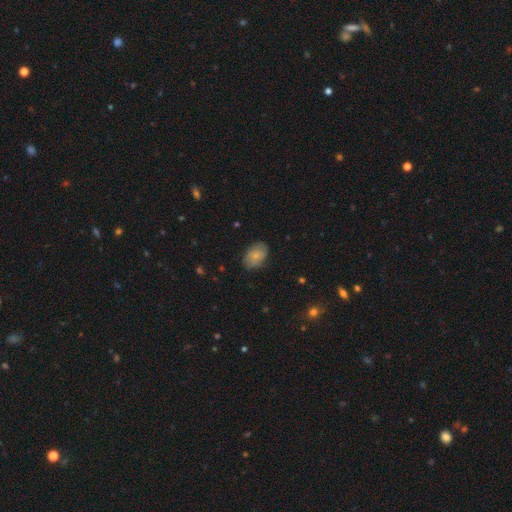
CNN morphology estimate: smooth 62%, featured or disk 31%, star or artifact 8%. Down the decision tree: how rounded — in between (84%); merging — none (75%).